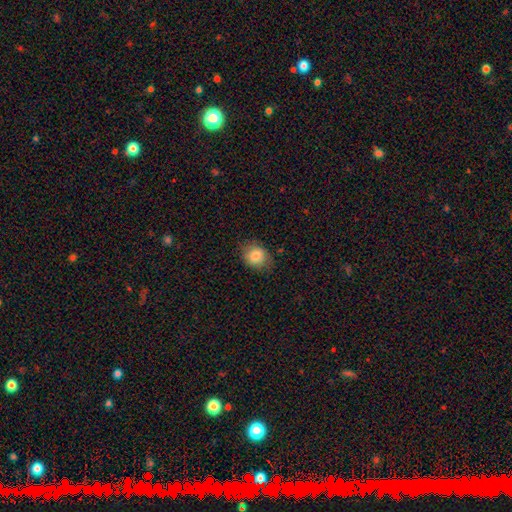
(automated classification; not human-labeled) A smooth galaxy with no disk features (83%) that is round (58%).

Vote fractions:
- Smooth or featured? smooth: 83% / star or artifact: 9% / featured or disk: 8%
- How rounded? round: 58% / in between: 41% / cigar-shaped: 1%
- Merging? none: 77% / minor disturbance: 17% / major disturbance: 5% / merger: 1%